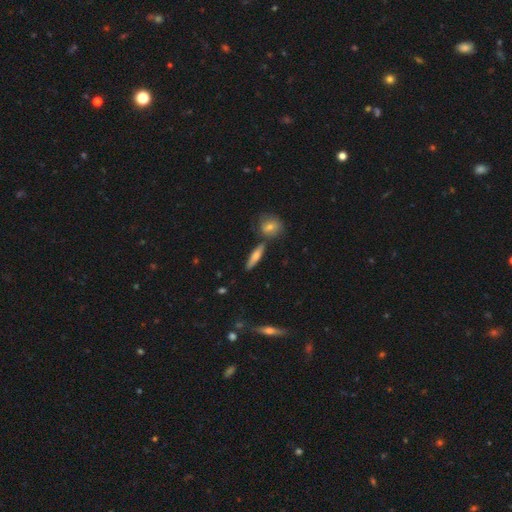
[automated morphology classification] smooth_or_featured: smooth (p=0.50) [alt: featured or disk p=0.42]
merging: none (p=0.77) [alt: merger p=0.10]